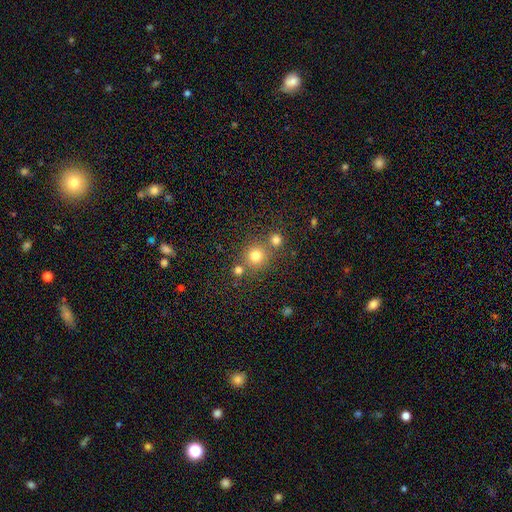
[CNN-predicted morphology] Smooth or featured?
  - smooth: 77% *
  - star or artifact: 16%
  - featured or disk: 7%
How rounded?
  - round: 91% *
  - in between: 8%
  - cigar-shaped: 1%
Merging?
  - none: 69% *
  - merger: 21%
  - minor disturbance: 8%
  - major disturbance: 3%